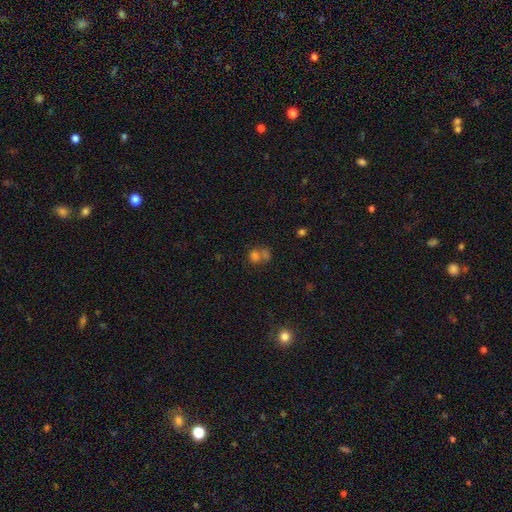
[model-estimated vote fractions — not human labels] Smooth or featured: smooth — 66% (star or artifact — 21%)
How rounded: round — 75% (in between — 24%)
Merging: merger — 47% (none — 39%)